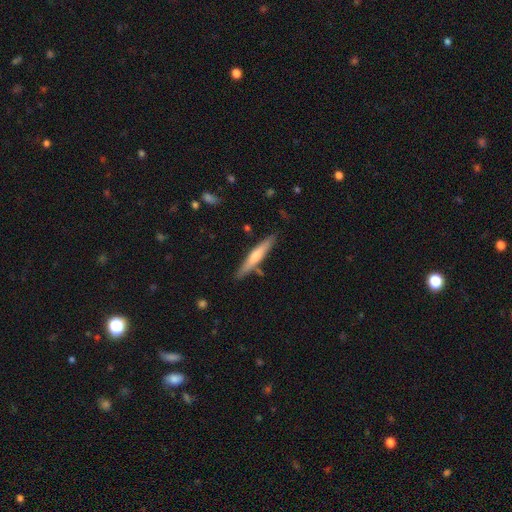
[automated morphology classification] Overall: featured or disk (49%; smooth 45%). Merging: none (86%).